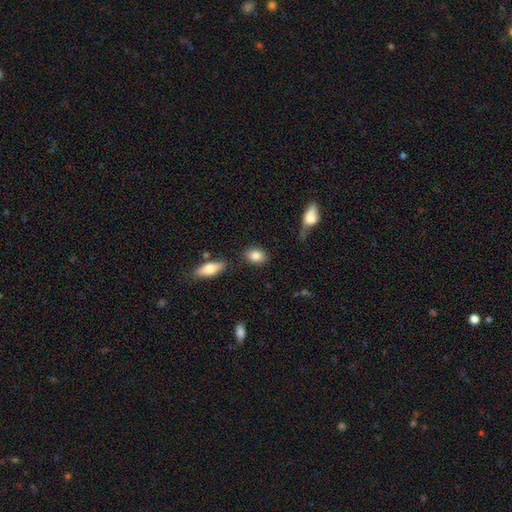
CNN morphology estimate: smooth-or-featured: smooth: 86% | featured or disk: 7% | star or artifact: 7%
  how-rounded: in between: 69% | round: 29% | cigar-shaped: 2%
  merging: none: 81% | minor disturbance: 11% | merger: 5% | major disturbance: 4%